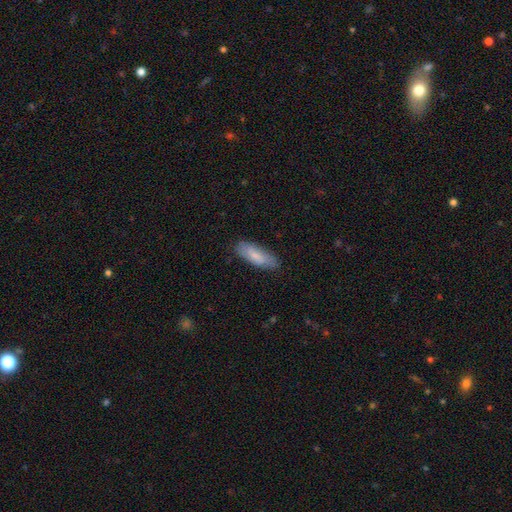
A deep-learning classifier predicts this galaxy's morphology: Q: Smooth or featured?
A: smooth (76%); runner-up: featured or disk (18%)
Q: How rounded?
A: in between (60%); runner-up: cigar-shaped (38%)
Q: Merging?
A: none (82%); runner-up: minor disturbance (15%)